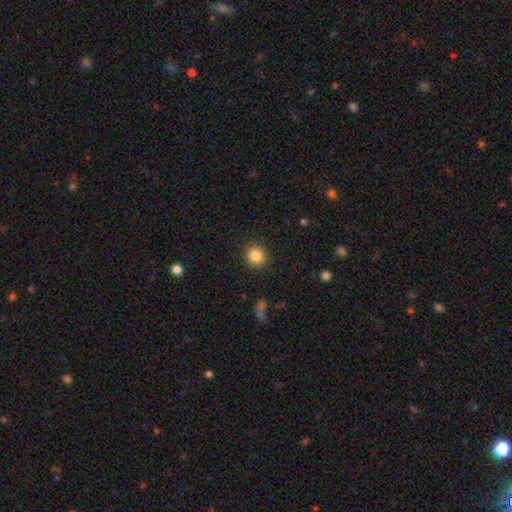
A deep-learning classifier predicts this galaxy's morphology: This appears to be a smooth galaxy with no disk features (85%) that is round (86%). Merging: none (90%).